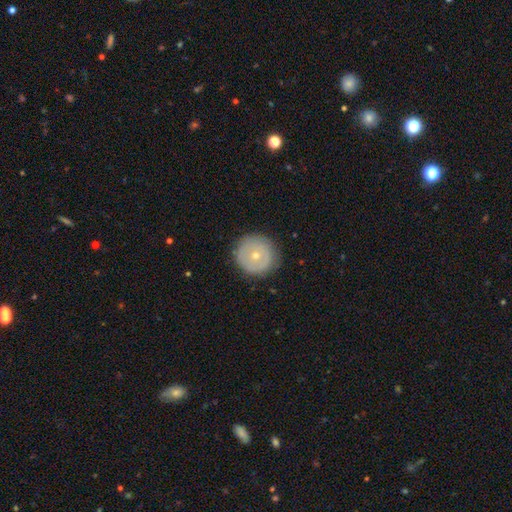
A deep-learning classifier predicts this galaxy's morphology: Smooth or featured?
  - smooth: 55% *
  - featured or disk: 37%
  - star or artifact: 8%
How rounded?
  - round: 96% *
  - in between: 4%
  - cigar-shaped: 1%
Merging?
  - none: 86% *
  - minor disturbance: 10%
  - major disturbance: 3%
  - merger: 1%